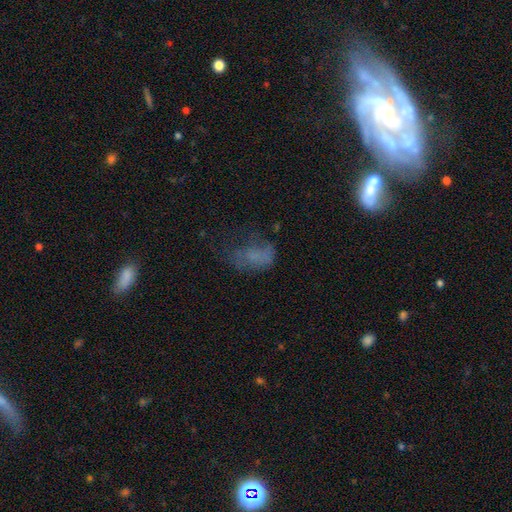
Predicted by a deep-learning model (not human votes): smooth-or-featured: smooth: 52% | featured or disk: 28% | star or artifact: 20%
  how-rounded: in between: 83% | round: 12% | cigar-shaped: 5%
  merging: major disturbance: 37% | none: 34% | minor disturbance: 24% | merger: 5%